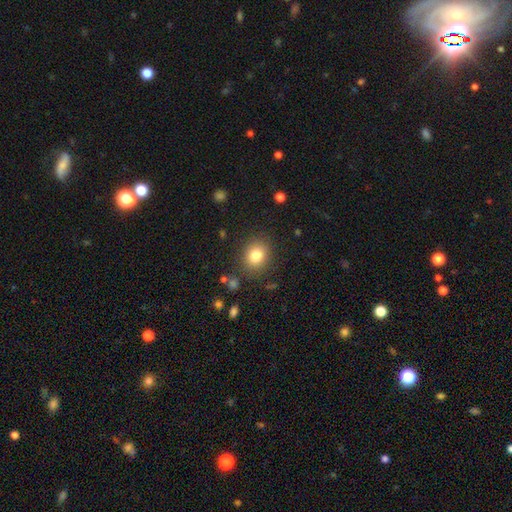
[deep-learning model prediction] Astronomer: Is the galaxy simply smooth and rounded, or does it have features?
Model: smooth — 81%.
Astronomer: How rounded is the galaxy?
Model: round — 68%.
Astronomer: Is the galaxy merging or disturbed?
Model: none — 85%.